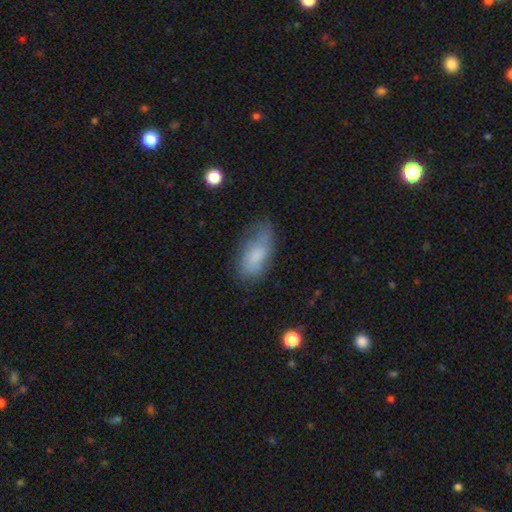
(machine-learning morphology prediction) Smooth or featured? smooth (74%)
How rounded? in between (90%)
Merging? none (55%)